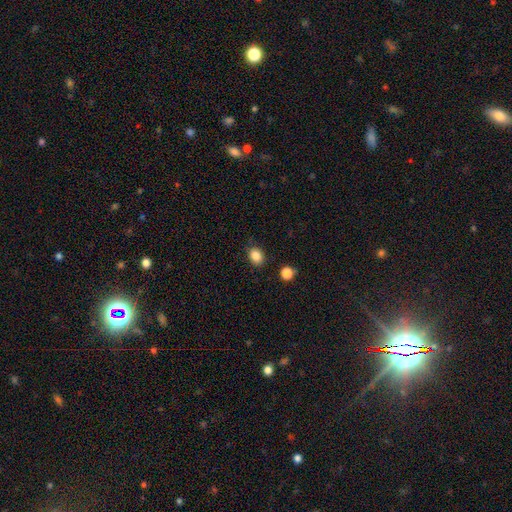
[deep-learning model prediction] smooth-or-featured: smooth: 85% | star or artifact: 10% | featured or disk: 5%
  how-rounded: in between: 53% | round: 46% | cigar-shaped: 1%
  merging: none: 84% | minor disturbance: 10% | major disturbance: 3% | merger: 2%